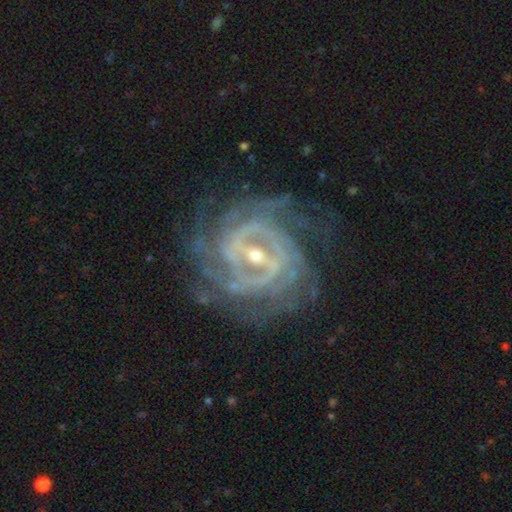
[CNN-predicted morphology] Smooth or featured? featured or disk (92%)
Edge-on disk? no (97%)
Bar? strong (59%)
Spiral arms? yes (97%)
Spiral winding? tight (69%)
Spiral arm count? can't tell (26%)
Bulge size? small (56%)
Merging? none (70%)